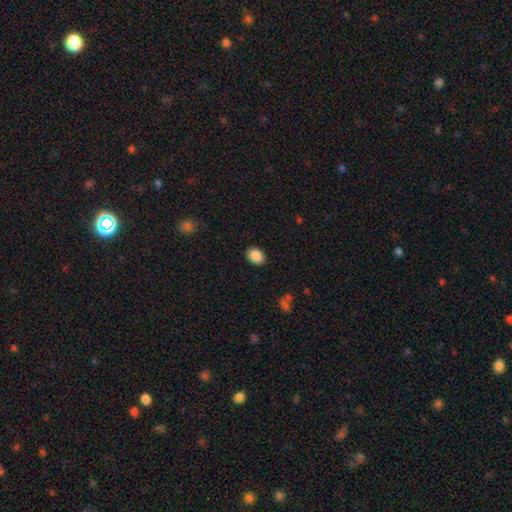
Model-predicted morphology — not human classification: The model was most divided on "how rounded": in between: 71%, round: 28%, cigar-shaped: 1%. More confident: merging — none (89%); smooth or featured — smooth (88%).